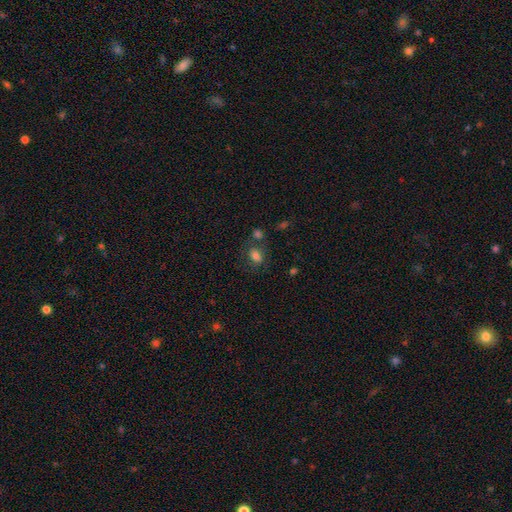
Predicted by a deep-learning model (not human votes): smooth_or_featured: smooth (p=0.80) [alt: star or artifact p=0.12]
how_rounded: in between (p=0.72) [alt: round p=0.26]
merging: none (p=0.63) [alt: merger p=0.15]